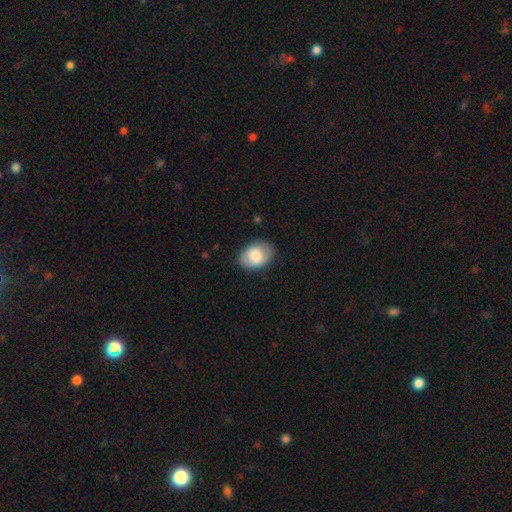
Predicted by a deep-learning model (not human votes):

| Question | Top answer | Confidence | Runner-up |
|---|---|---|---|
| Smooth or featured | smooth | 74% | featured or disk (20%) |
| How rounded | in between | 83% | round (16%) |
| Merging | none | 82% | minor disturbance (13%) |